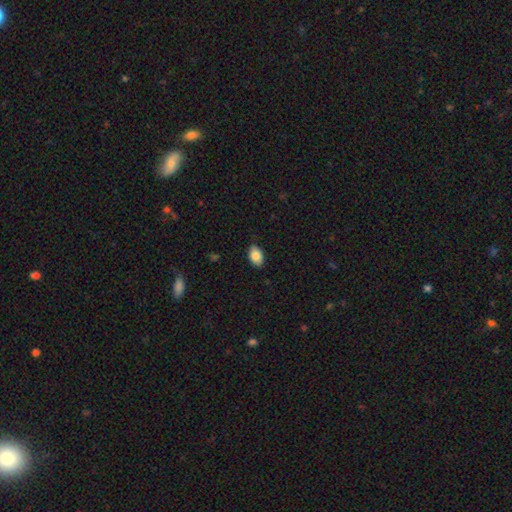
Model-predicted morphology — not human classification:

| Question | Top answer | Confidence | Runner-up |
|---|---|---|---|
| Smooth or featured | smooth | 84% | featured or disk (8%) |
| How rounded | in between | 90% | round (9%) |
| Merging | none | 86% | minor disturbance (11%) |